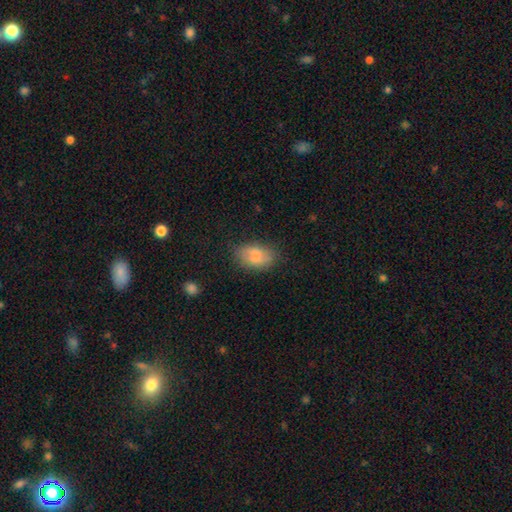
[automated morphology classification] smooth_or_featured: smooth (p=0.78) [alt: featured or disk p=0.14]
how_rounded: in between (p=0.87) [alt: round p=0.11]
merging: none (p=0.67) [alt: minor disturbance p=0.23]